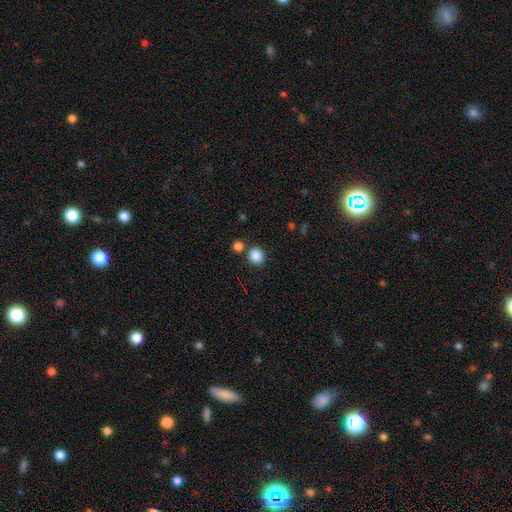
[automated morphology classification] Smooth or featured? Predicted: smooth (p=0.87). How rounded? Predicted: round (p=0.78). Merging? Predicted: none (p=0.77).